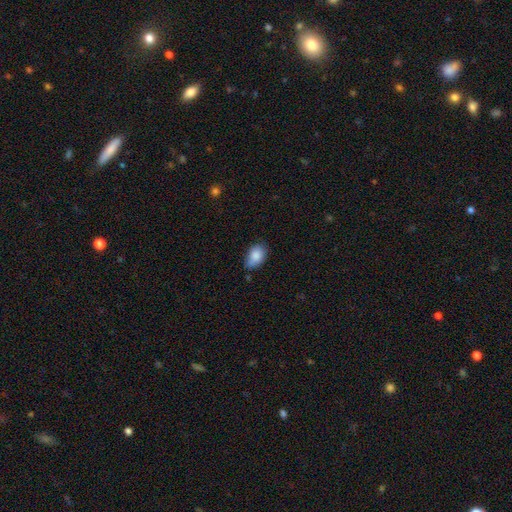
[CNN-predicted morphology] A smooth galaxy with no disk features (86%) that is in between round and cigar-shaped (84%).

Vote fractions:
- Smooth or featured? smooth: 86% / star or artifact: 8% / featured or disk: 7%
- How rounded? in between: 84% / round: 15% / cigar-shaped: 1%
- Merging? none: 54% / minor disturbance: 37% / major disturbance: 6% / merger: 3%